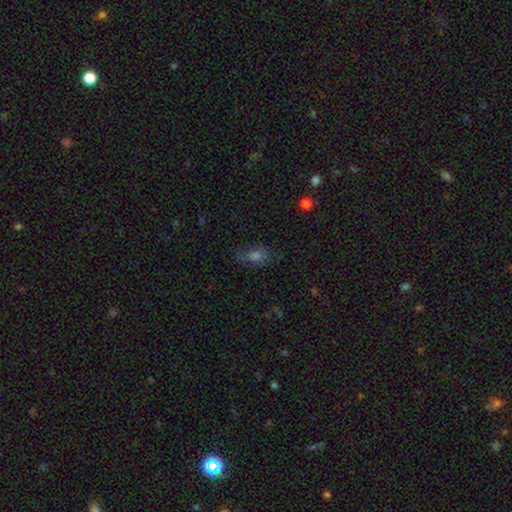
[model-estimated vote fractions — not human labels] A smooth galaxy with no disk features (59%) that is in between round and cigar-shaped (72%). Merging: none (68%).